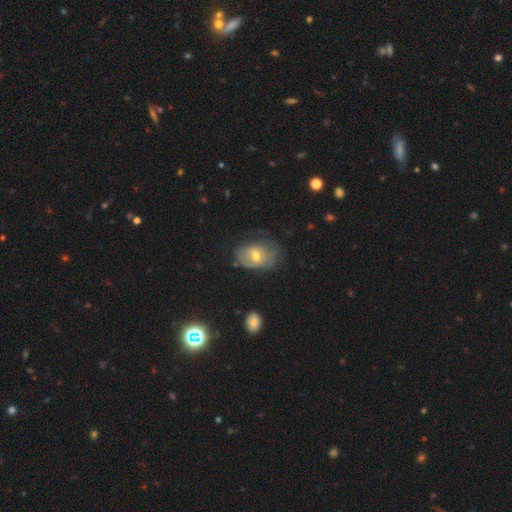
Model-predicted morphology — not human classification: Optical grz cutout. It shows a featured or disk galaxy (47%). Merging: none (46%).